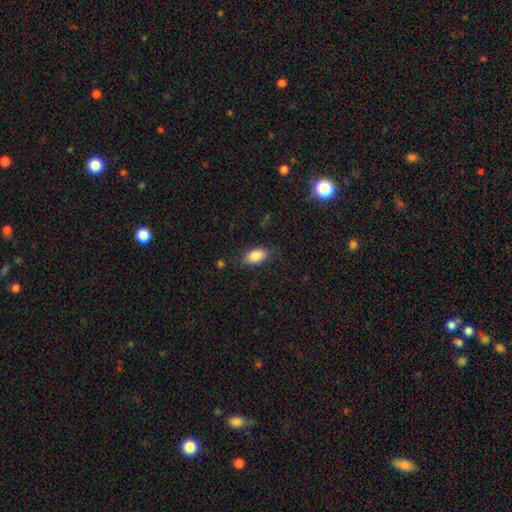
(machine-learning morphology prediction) smooth_or_featured: smooth (p=0.84) [alt: featured or disk p=0.08]
how_rounded: in between (p=0.91) [alt: round p=0.06]
merging: none (p=0.75) [alt: minor disturbance p=0.18]